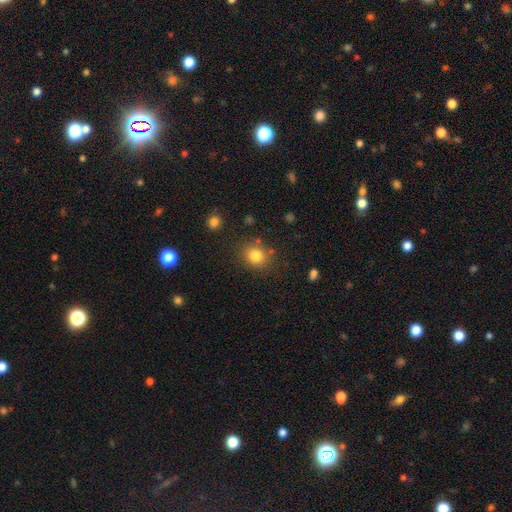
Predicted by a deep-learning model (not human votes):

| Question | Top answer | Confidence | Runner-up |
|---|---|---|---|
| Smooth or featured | smooth | 82% | star or artifact (11%) |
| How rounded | round | 76% | in between (23%) |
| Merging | none | 81% | minor disturbance (10%) |